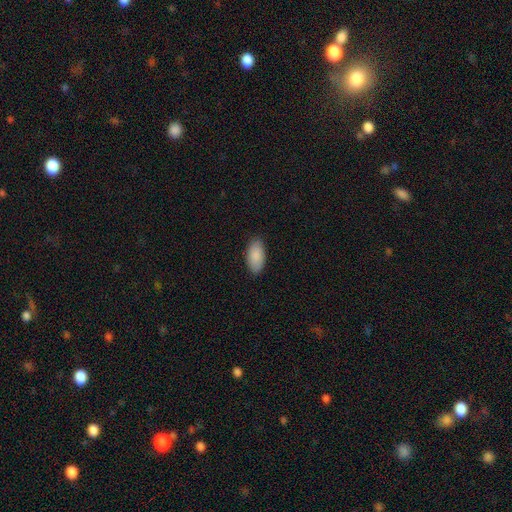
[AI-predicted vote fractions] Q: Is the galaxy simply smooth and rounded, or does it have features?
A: smooth — 90%.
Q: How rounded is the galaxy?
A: in between — 94%.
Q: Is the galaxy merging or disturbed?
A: none — 87%.